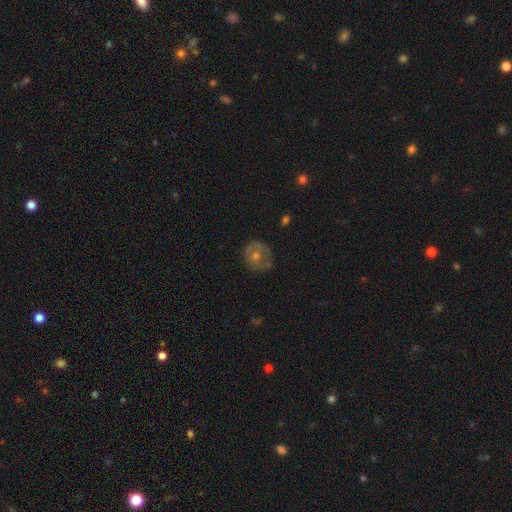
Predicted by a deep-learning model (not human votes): smooth-or-featured: smooth: 45% | featured or disk: 44% | star or artifact: 12%
  merging: none: 71% | minor disturbance: 20% | major disturbance: 7% | merger: 2%